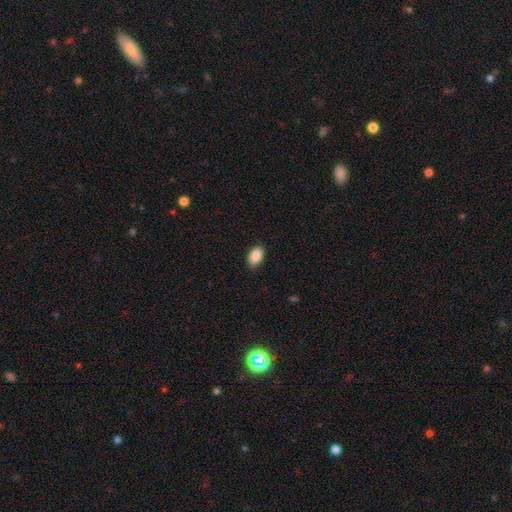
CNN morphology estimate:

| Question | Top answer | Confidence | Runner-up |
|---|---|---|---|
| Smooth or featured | smooth | 89% | star or artifact (7%) |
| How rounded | in between | 93% | round (5%) |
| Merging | none | 86% | minor disturbance (11%) |